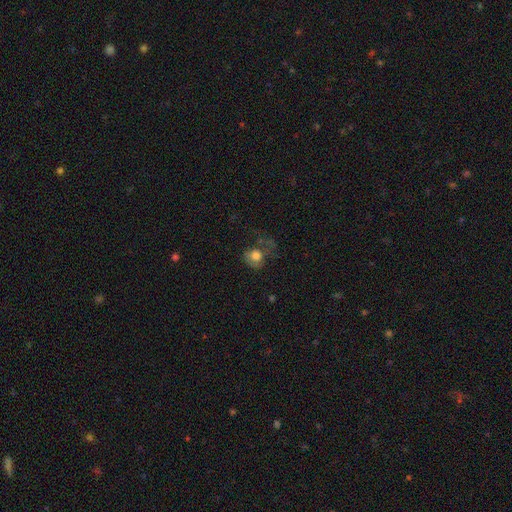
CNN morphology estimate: Smooth or featured? smooth (71%)
How rounded? round (68%)
Merging? major disturbance (39%)